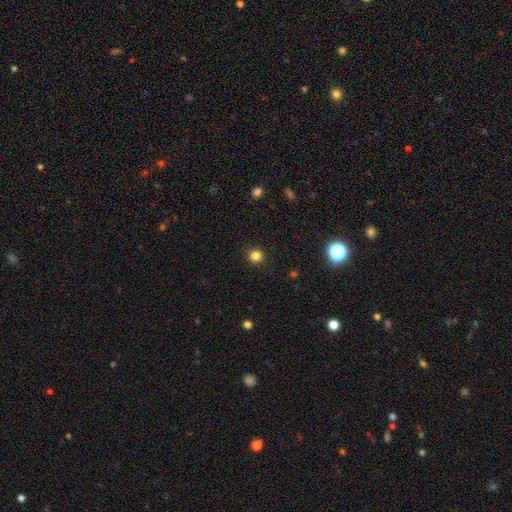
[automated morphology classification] This appears to be a smooth galaxy with no disk features (82%) that is round (94%). Merging: none (92%).